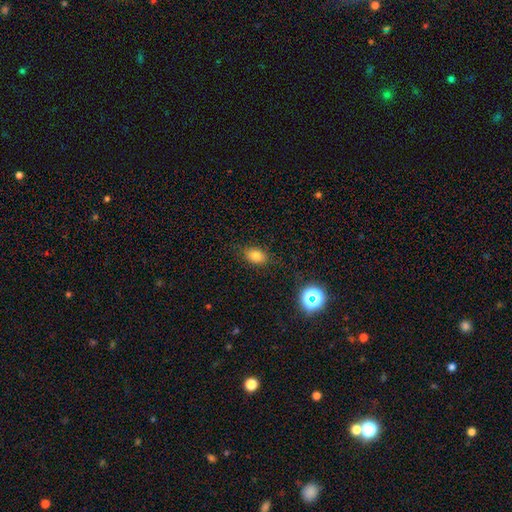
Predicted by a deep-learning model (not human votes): The model was most divided on "how rounded": in between: 77%, round: 22%, cigar-shaped: 2%. More confident: merging — none (82%); smooth or featured — smooth (79%).